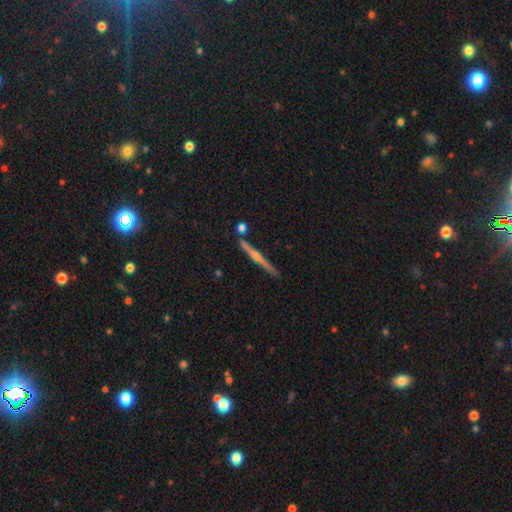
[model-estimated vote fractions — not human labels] featured or disk 70%, smooth 23%, star or artifact 7%. Down the decision tree: edge-on disk — yes (98%); edge-on bulge — rounded (76%); merging — none (85%).